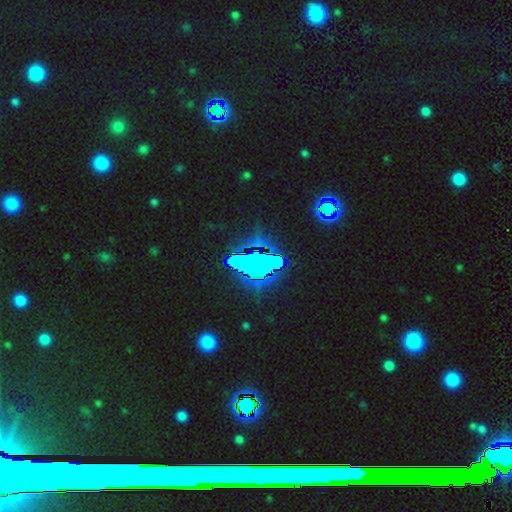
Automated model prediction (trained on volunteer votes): smooth-or-featured: star or artifact: 77% | smooth: 12% | featured or disk: 10%